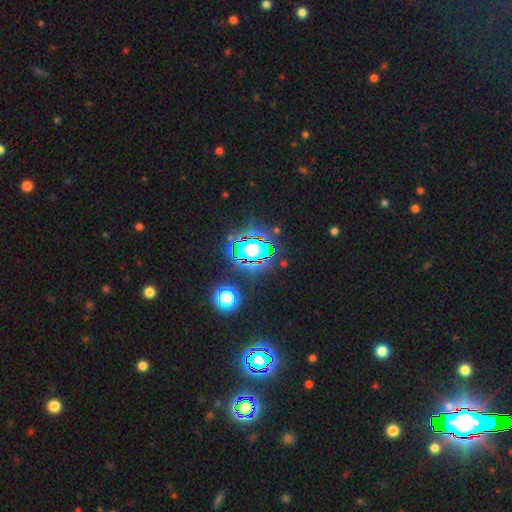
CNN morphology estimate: This appears to be a star or artifact, not a galaxy (73%).